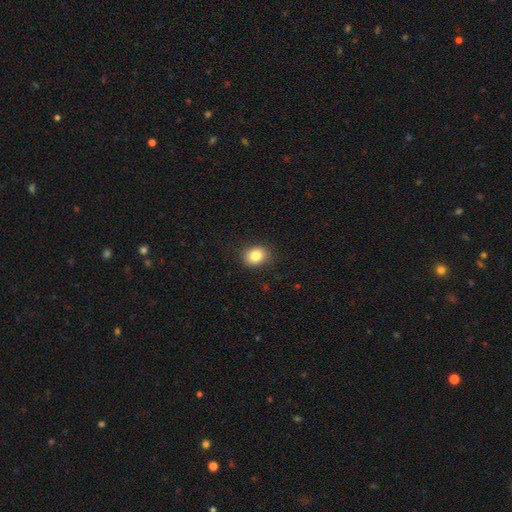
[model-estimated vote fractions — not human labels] smooth-or-featured: smooth: 84% | star or artifact: 10% | featured or disk: 7%
  how-rounded: round: 52% | in between: 47% | cigar-shaped: 1%
  merging: none: 86% | minor disturbance: 10% | major disturbance: 3% | merger: 1%